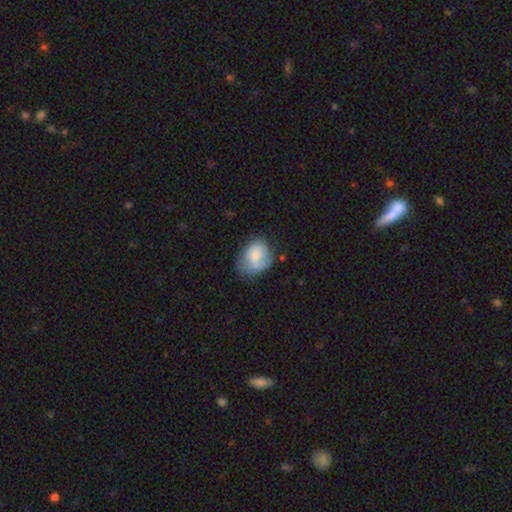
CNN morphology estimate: Smooth or featured: smooth — 64% (featured or disk — 29%)
How rounded: in between — 57% (round — 42%)
Merging: none — 46% (minor disturbance — 33%)